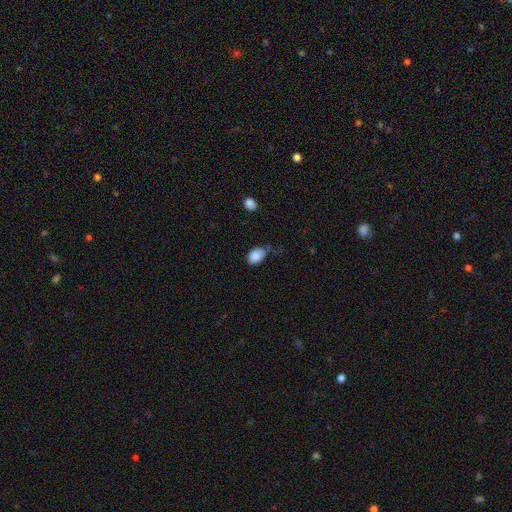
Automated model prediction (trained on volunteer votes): This appears to be a smooth galaxy with no disk features (87%) that is in between round and cigar-shaped (83%). Merging: none (50%).